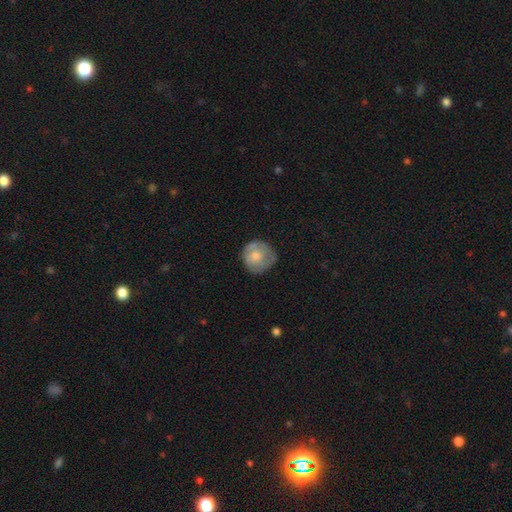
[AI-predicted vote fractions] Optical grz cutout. It shows a smooth galaxy with no disk features (62%) that is round (90%). Merging: none (67%).